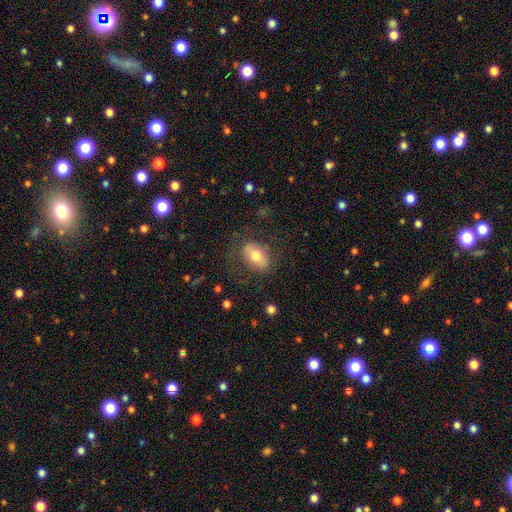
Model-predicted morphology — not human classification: Smooth or featured? smooth (65%)
How rounded? in between (82%)
Merging? none (70%)